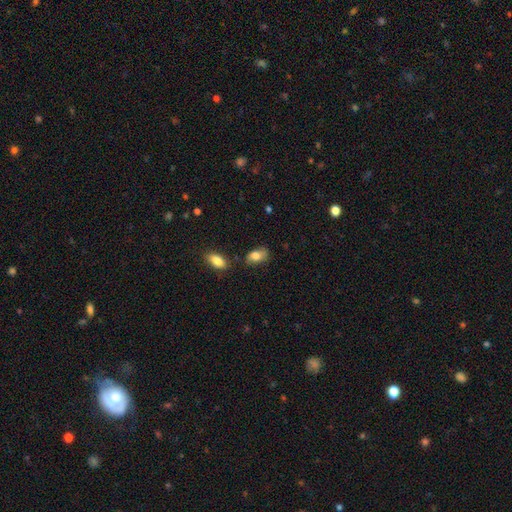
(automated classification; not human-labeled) Smooth or featured? Predicted: smooth (p=0.79). How rounded? Predicted: in between (p=0.89). Merging? Predicted: none (p=0.63).